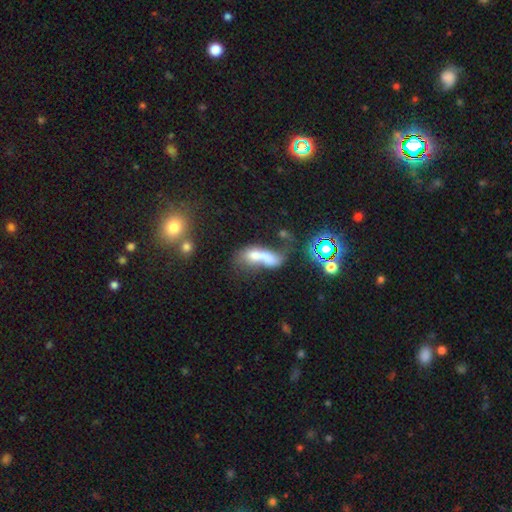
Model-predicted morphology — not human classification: smooth-or-featured: smooth: 52% | featured or disk: 31% | star or artifact: 17%
  how-rounded: in between: 67% | round: 18% | cigar-shaped: 15%
  merging: merger: 67% | none: 13% | major disturbance: 13% | minor disturbance: 7%